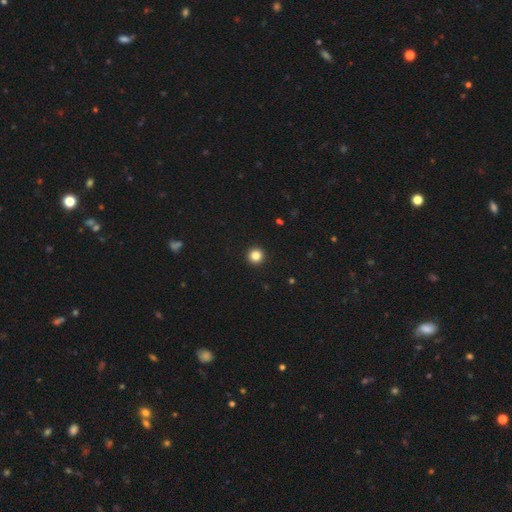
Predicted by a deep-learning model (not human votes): Morphology: type=smooth (84%); roundness=round (96%); merging=none (94%).